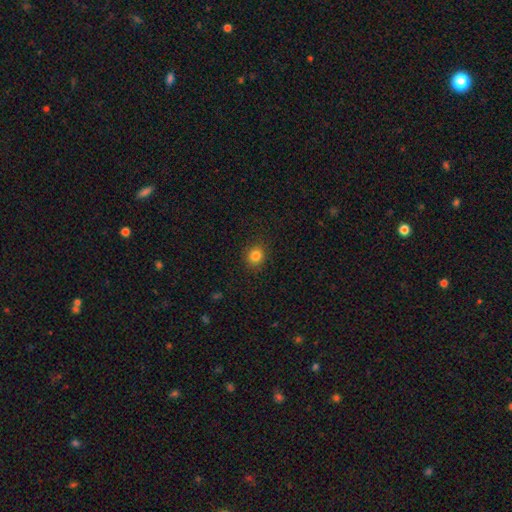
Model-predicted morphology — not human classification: smooth-or-featured: smooth: 83% | star or artifact: 12% | featured or disk: 5%
  how-rounded: round: 83% | in between: 16% | cigar-shaped: 1%
  merging: none: 89% | minor disturbance: 8% | major disturbance: 2% | merger: 1%